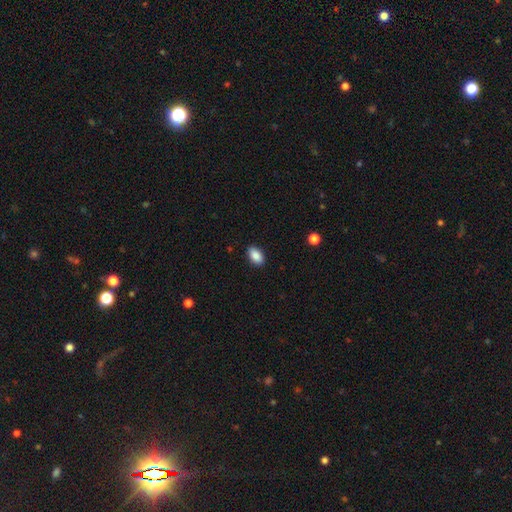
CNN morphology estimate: smooth-or-featured: smooth: 88% | star or artifact: 7% | featured or disk: 4%
  how-rounded: in between: 92% | round: 5% | cigar-shaped: 2%
  merging: none: 89% | minor disturbance: 8% | major disturbance: 2% | merger: 1%